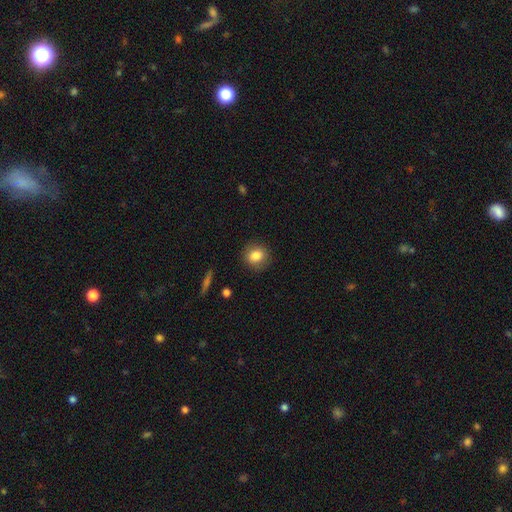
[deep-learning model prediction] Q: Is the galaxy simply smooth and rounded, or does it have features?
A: smooth — 82%.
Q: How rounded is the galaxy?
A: round — 81%.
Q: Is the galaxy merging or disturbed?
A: none — 88%.